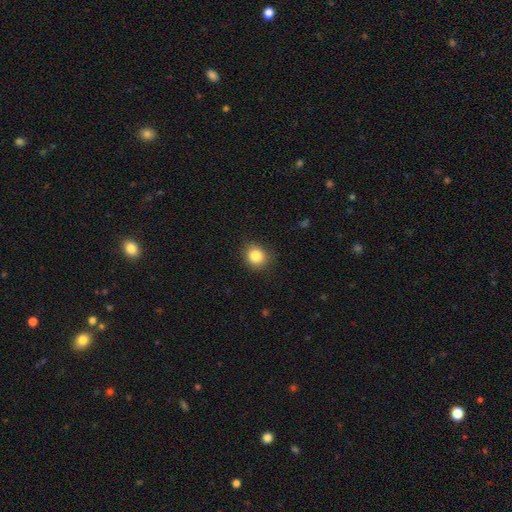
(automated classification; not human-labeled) Smooth or featured? Predicted: smooth (p=0.85). How rounded? Predicted: round (p=0.74). Merging? Predicted: none (p=0.86).